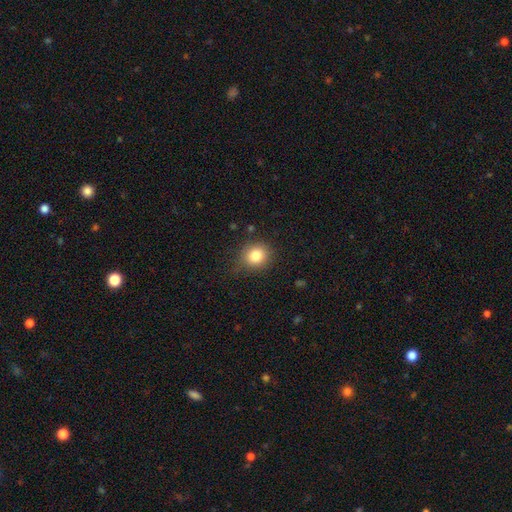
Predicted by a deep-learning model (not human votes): Smooth or featured? smooth (82%)
How rounded? round (76%)
Merging? none (81%)